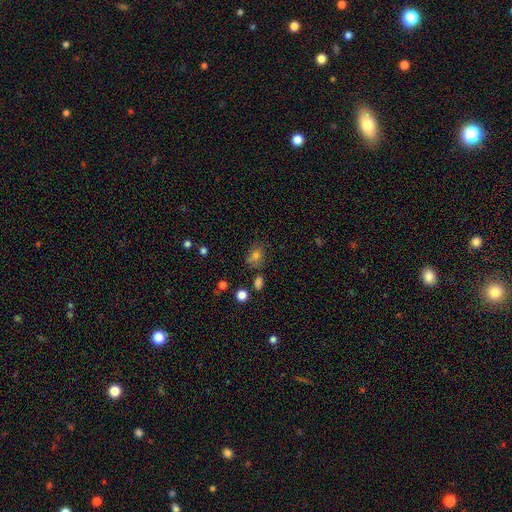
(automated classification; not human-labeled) Overall: smooth (67%). How rounded: in between (54%; round 44%). Merging: none (62%).